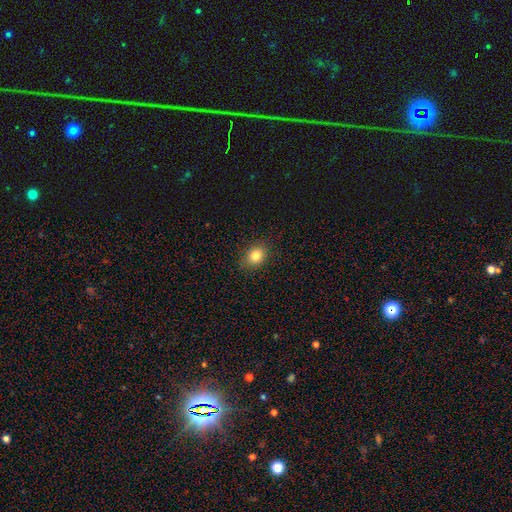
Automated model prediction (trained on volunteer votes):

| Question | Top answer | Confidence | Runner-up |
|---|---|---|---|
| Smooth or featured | smooth | 81% | star or artifact (11%) |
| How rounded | in between | 50% | round (49%) |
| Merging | none | 86% | minor disturbance (10%) |